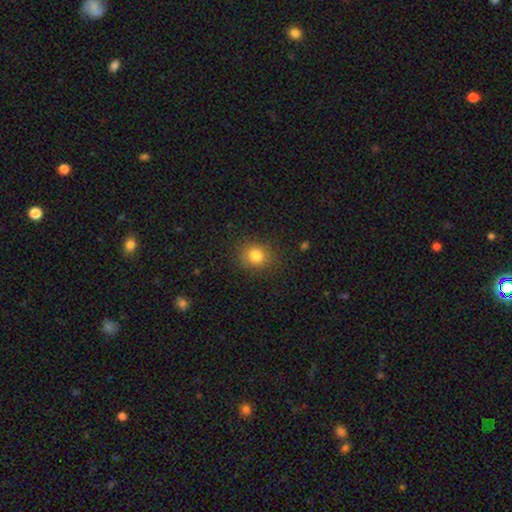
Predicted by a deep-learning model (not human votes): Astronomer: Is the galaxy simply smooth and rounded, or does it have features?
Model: smooth — 83%.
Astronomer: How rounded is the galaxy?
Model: round — 74%.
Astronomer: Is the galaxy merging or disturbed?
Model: none — 86%.